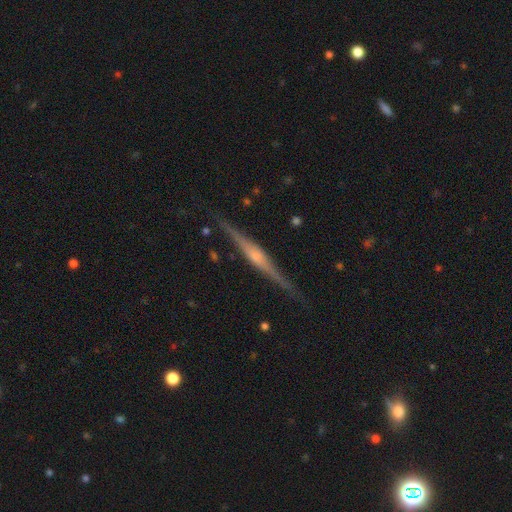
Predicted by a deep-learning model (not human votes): This is clearly a featured or disk galaxy (83%). It is clearly viewed edge-on (98%). Edge-on bulge: likely rounded (69%). Merging: clearly none (89%).